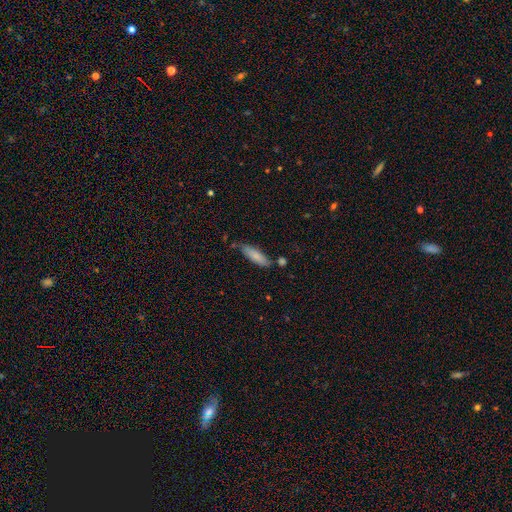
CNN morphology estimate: A smooth galaxy with no disk features (81%) that is cigar-shaped (56%).

Vote fractions:
- Smooth or featured? smooth: 81% / featured or disk: 12% / star or artifact: 6%
- How rounded? cigar-shaped: 56% / in between: 43% / round: 2%
- Merging? none: 69% / minor disturbance: 19% / merger: 7% / major disturbance: 4%